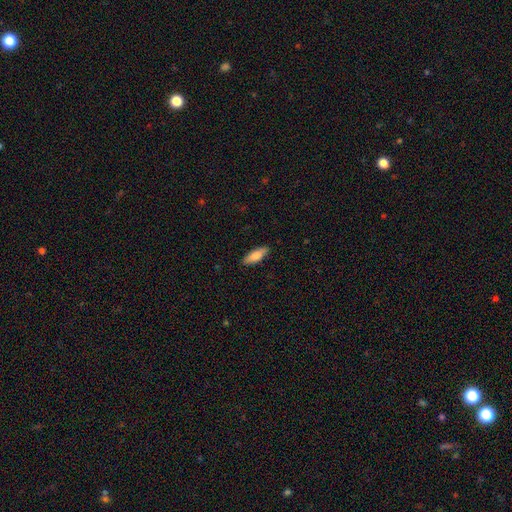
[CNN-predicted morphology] The model was most divided on "how rounded": in between: 58%, cigar-shaped: 41%, round: 2%. More confident: merging — none (88%); smooth or featured — smooth (81%).